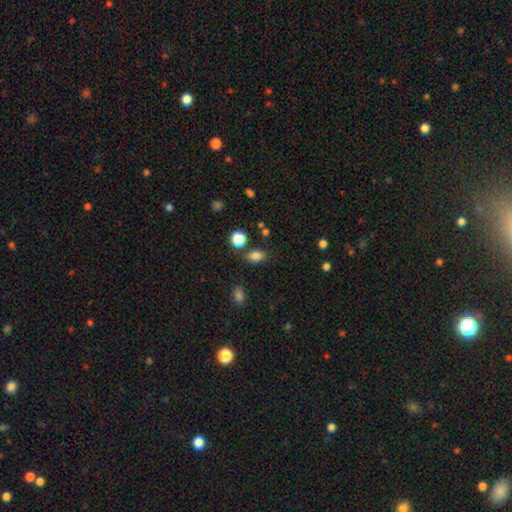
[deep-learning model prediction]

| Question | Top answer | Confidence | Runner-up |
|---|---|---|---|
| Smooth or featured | smooth | 83% | star or artifact (12%) |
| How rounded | in between | 81% | round (17%) |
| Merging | none | 74% | minor disturbance (14%) |